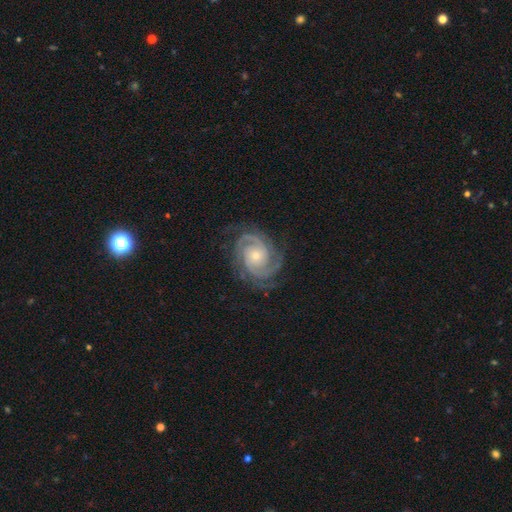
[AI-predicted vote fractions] smooth_or_featured: featured or disk (p=0.92) [alt: star or artifact p=0.04]
disk_edge_on: no (p=0.98) [alt: yes p=0.02]
bar: no (p=0.74) [alt: weak p=0.20]
has_spiral_arms: yes (p=0.99) [alt: no p=0.01]
spiral_winding: tight (p=0.69) [alt: medium p=0.28]
spiral_arm_count: 2 (p=0.50) [alt: 3 p=0.25]
bulge_size: small (p=0.67) [alt: moderate p=0.29]
merging: none (p=0.79) [alt: minor disturbance p=0.14]